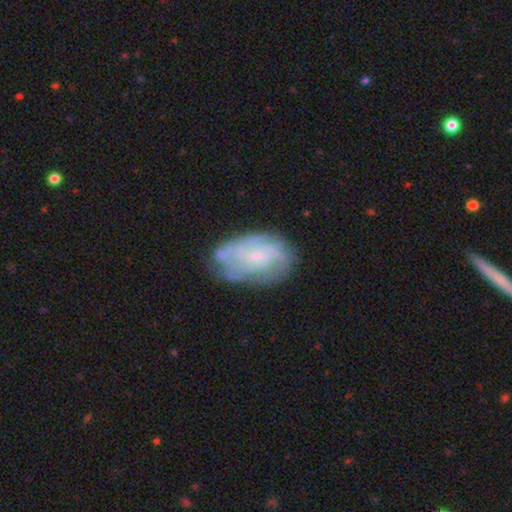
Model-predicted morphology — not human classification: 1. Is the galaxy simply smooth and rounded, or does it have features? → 77% featured or disk, 16% smooth, 7% star or artifact.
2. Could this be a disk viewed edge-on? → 97% no, 3% yes.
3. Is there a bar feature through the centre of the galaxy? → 60% no, 34% weak, 6% strong.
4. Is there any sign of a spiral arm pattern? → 89% yes, 11% no.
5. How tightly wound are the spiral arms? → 56% tight, 34% medium, 10% loose.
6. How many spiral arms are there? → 39% can't tell, 19% 3, 17% 2, 15% 4, 5% more than 4, 4% 1.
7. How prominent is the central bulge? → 73% small, 16% moderate, 9% none, 1% large, 1% dominant.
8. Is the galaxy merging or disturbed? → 66% none, 22% minor disturbance, 9% major disturbance, 3% merger.